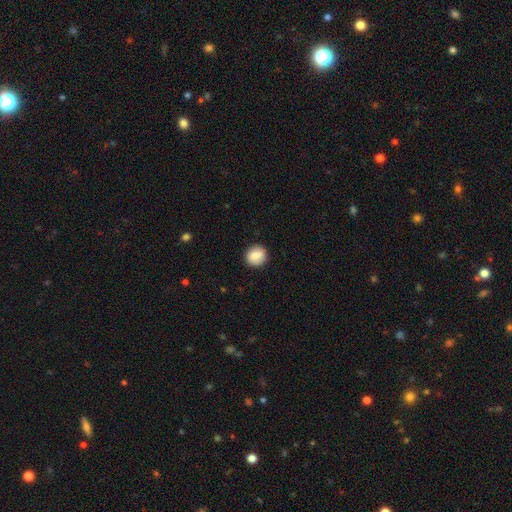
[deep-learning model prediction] smooth-or-featured: smooth: 80% | featured or disk: 13% | star or artifact: 8%
  how-rounded: round: 85% | in between: 14% | cigar-shaped: 1%
  merging: none: 88% | minor disturbance: 8% | major disturbance: 2% | merger: 1%